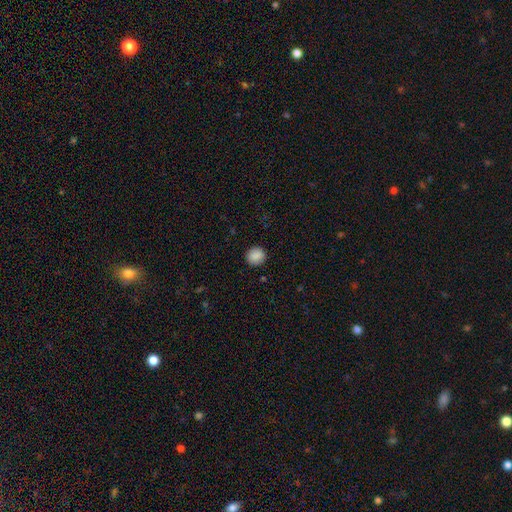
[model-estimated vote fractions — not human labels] Smooth or featured?
  - smooth: 89% *
  - star or artifact: 8%
  - featured or disk: 3%
How rounded?
  - round: 88% *
  - in between: 11%
  - cigar-shaped: 1%
Merging?
  - none: 91% *
  - minor disturbance: 6%
  - major disturbance: 2%
  - merger: 1%